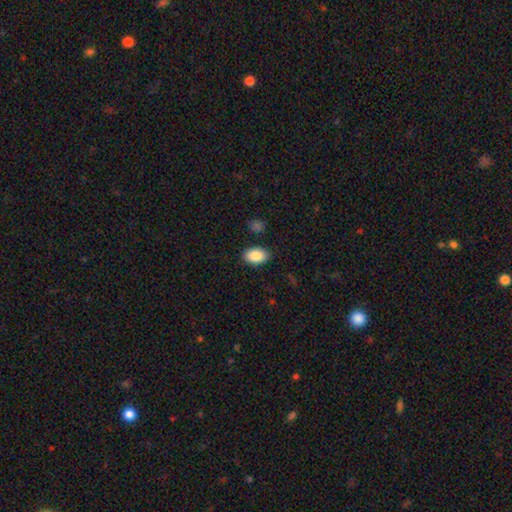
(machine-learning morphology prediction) A smooth galaxy with no disk features (88%) that is in between round and cigar-shaped (92%). Merging: none (86%).